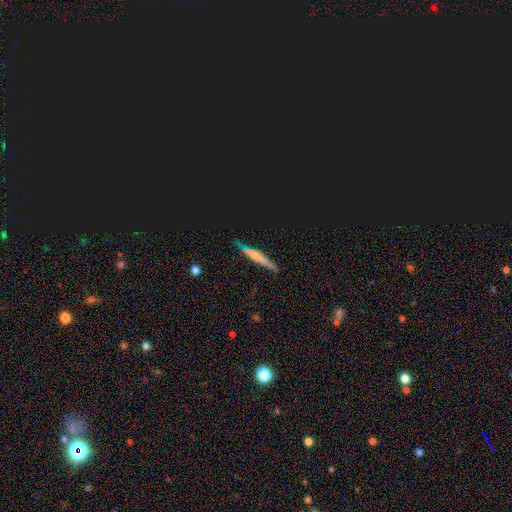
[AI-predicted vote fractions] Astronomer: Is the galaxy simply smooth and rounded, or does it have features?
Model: featured or disk — 49% (runner-up: smooth, 37%).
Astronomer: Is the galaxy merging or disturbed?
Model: none — 86%.